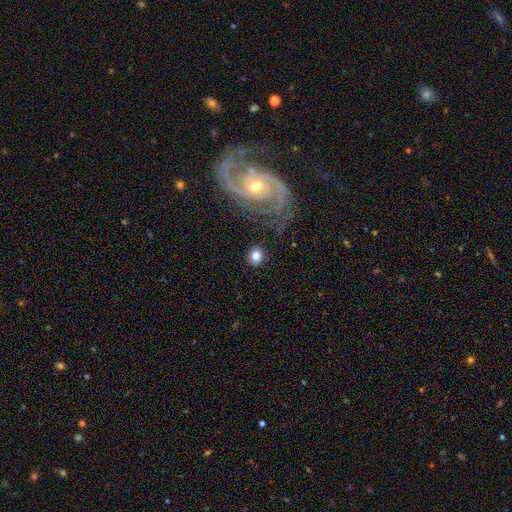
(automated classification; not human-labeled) A smooth galaxy with no disk features (74%) that is round (69%).

Vote fractions:
- Smooth or featured? smooth: 74% / featured or disk: 17% / star or artifact: 9%
- How rounded? round: 69% / in between: 30% / cigar-shaped: 1%
- Merging? none: 86% / minor disturbance: 8% / major disturbance: 4% / merger: 2%